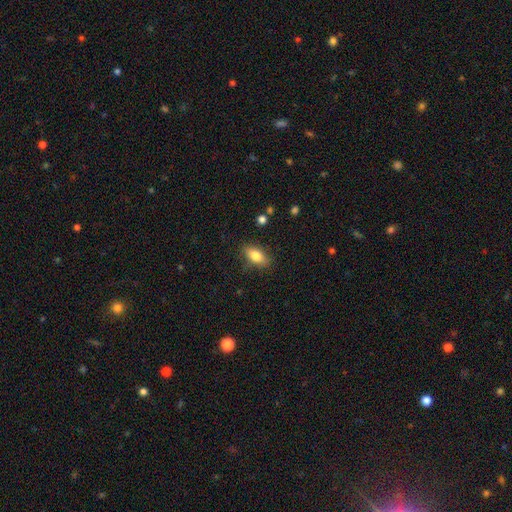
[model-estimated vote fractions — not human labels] Q: Smooth or featured?
A: smooth (81%); runner-up: featured or disk (11%)
Q: How rounded?
A: in between (86%); runner-up: cigar-shaped (8%)
Q: Merging?
A: none (84%); runner-up: minor disturbance (12%)